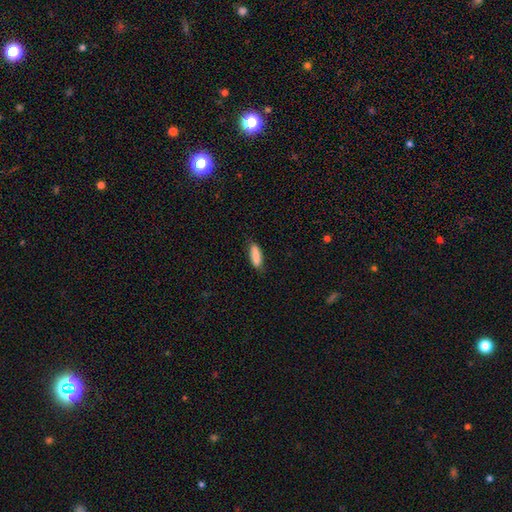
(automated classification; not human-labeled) smooth_or_featured: smooth (p=0.88) [alt: star or artifact p=0.06]
how_rounded: in between (p=0.52) [alt: cigar-shaped p=0.46]
merging: none (p=0.80) [alt: minor disturbance p=0.16]